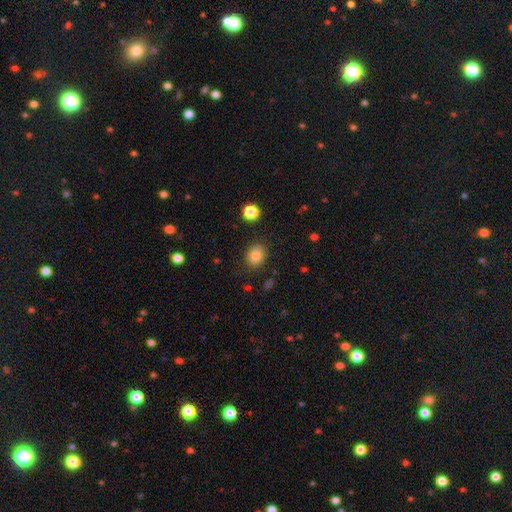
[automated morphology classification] Smooth or featured?
  - smooth: 83% *
  - star or artifact: 10%
  - featured or disk: 7%
How rounded?
  - in between: 56% *
  - round: 43%
  - cigar-shaped: 1%
Merging?
  - none: 85% *
  - minor disturbance: 10%
  - major disturbance: 3%
  - merger: 2%